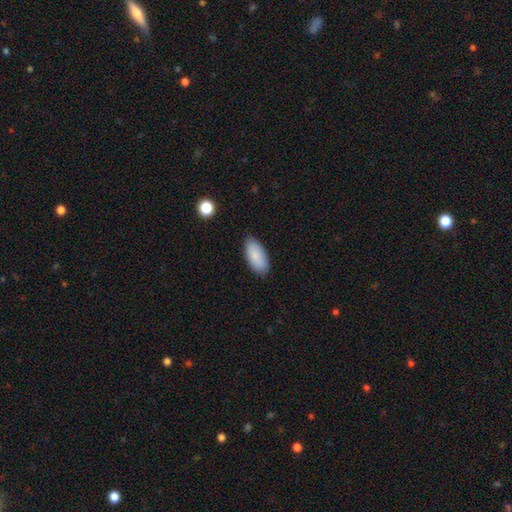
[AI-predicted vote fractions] A smooth galaxy with no disk features (86%) that is in between round and cigar-shaped (91%).

Vote fractions:
- Smooth or featured? smooth: 86% / featured or disk: 8% / star or artifact: 7%
- How rounded? in between: 91% / cigar-shaped: 7% / round: 2%
- Merging? none: 83% / minor disturbance: 13% / major disturbance: 2% / merger: 1%